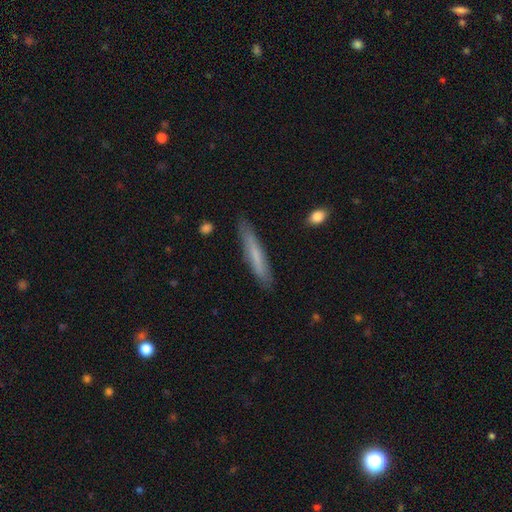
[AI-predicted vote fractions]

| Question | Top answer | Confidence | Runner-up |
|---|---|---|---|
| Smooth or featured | smooth | 63% | featured or disk (31%) |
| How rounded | cigar-shaped | 93% | in between (6%) |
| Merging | none | 86% | minor disturbance (11%) |